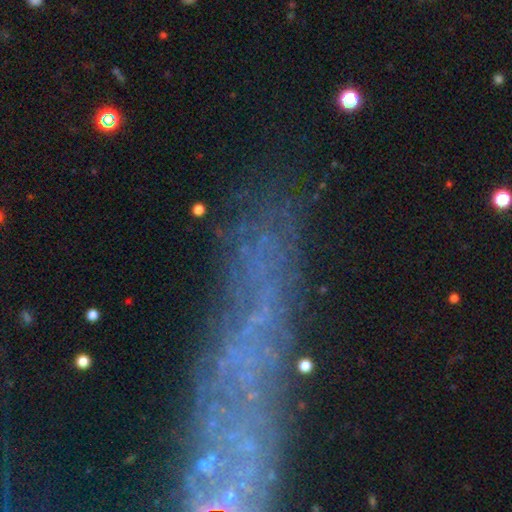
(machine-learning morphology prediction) Smooth or featured? featured or disk (44%)
Merging? none (61%)